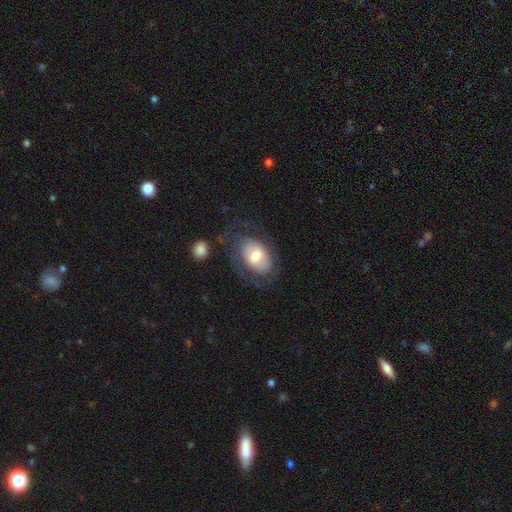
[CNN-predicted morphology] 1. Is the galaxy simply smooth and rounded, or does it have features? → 51% smooth, 43% featured or disk, 7% star or artifact.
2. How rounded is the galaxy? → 82% in between, 17% round, 1% cigar-shaped.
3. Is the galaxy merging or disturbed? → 54% none, 21% major disturbance, 21% minor disturbance, 3% merger.